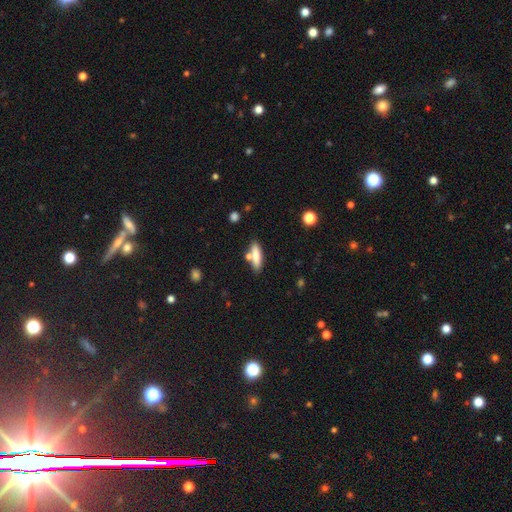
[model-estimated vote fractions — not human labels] A smooth galaxy with no disk features (73%) that is cigar-shaped (62%).

Vote fractions:
- Smooth or featured? smooth: 73% / featured or disk: 20% / star or artifact: 7%
- How rounded? cigar-shaped: 62% / in between: 35% / round: 2%
- Merging? none: 68% / merger: 16% / minor disturbance: 12% / major disturbance: 3%